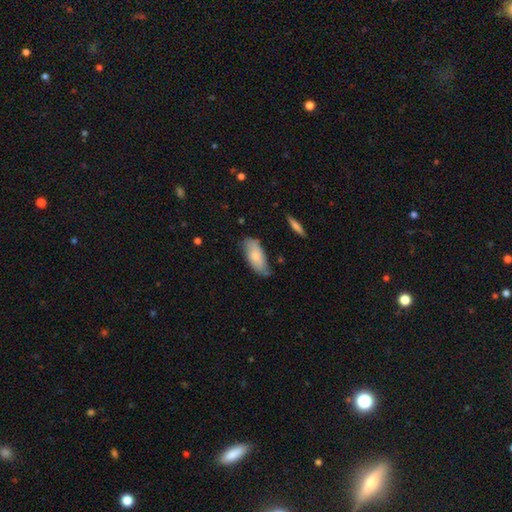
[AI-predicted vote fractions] The model was most divided on "merging": none: 67%, minor disturbance: 26%, major disturbance: 4%, merger: 3%. More confident: how rounded — in between (87%); smooth or featured — smooth (79%).